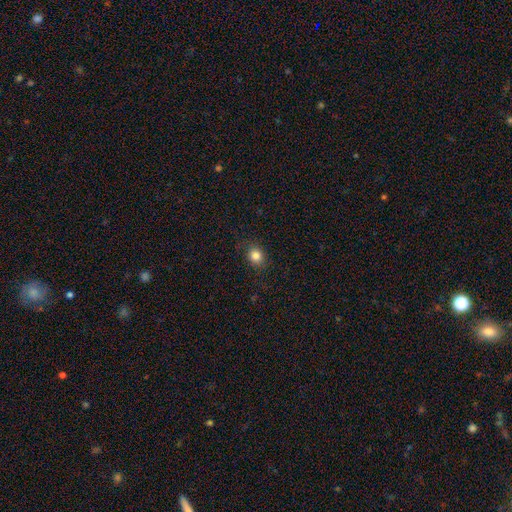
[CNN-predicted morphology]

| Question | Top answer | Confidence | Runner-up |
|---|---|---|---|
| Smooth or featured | smooth | 83% | star or artifact (11%) |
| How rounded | round | 66% | in between (33%) |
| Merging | none | 86% | minor disturbance (10%) |